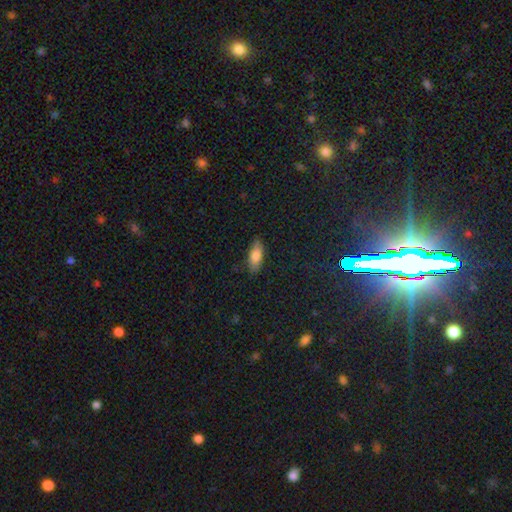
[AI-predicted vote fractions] This appears to be a smooth galaxy with no disk features (82%) that is in between round and cigar-shaped (77%). Merging: none (83%).